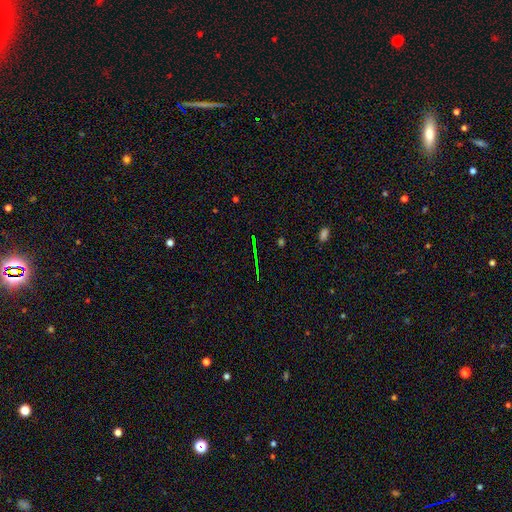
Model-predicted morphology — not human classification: A star or artifact, not a galaxy (73%).